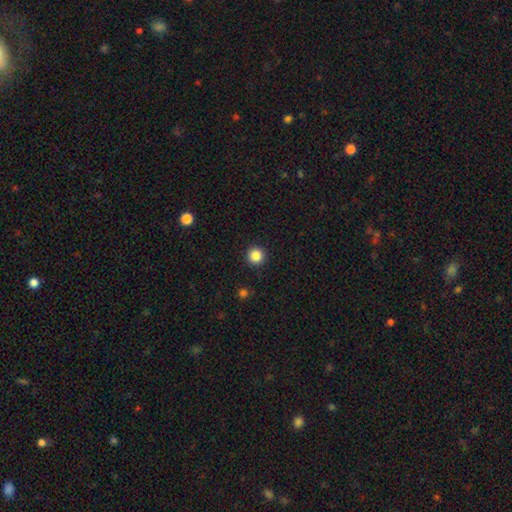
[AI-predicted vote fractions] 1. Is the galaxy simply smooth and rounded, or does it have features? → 85% smooth, 11% star or artifact, 4% featured or disk.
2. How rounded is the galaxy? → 96% round, 3% in between, 1% cigar-shaped.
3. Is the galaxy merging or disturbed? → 93% none, 4% minor disturbance, 2% major disturbance, 1% merger.